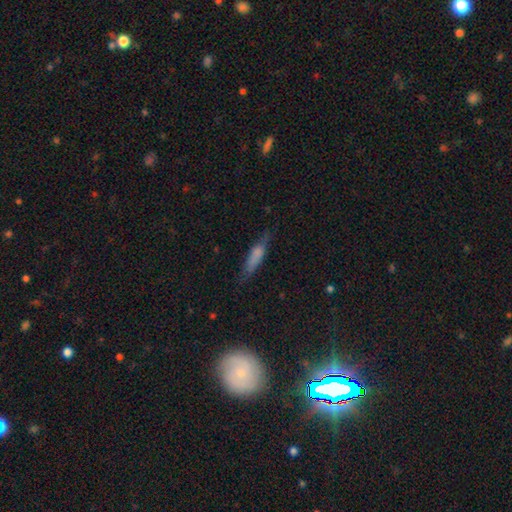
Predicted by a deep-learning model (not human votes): smooth 64%, featured or disk 27%, star or artifact 9%. Down the decision tree: how rounded — cigar-shaped (78%); merging — none (70%).